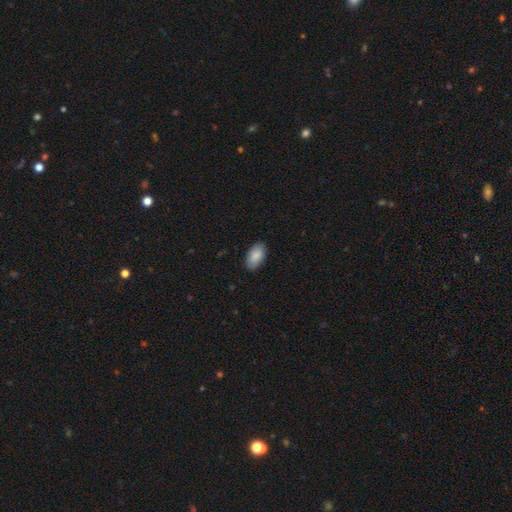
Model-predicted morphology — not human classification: Smooth or featured?
  - smooth: 88% *
  - featured or disk: 6%
  - star or artifact: 6%
How rounded?
  - in between: 95% *
  - round: 3%
  - cigar-shaped: 2%
Merging?
  - none: 86% *
  - minor disturbance: 11%
  - major disturbance: 2%
  - merger: 1%